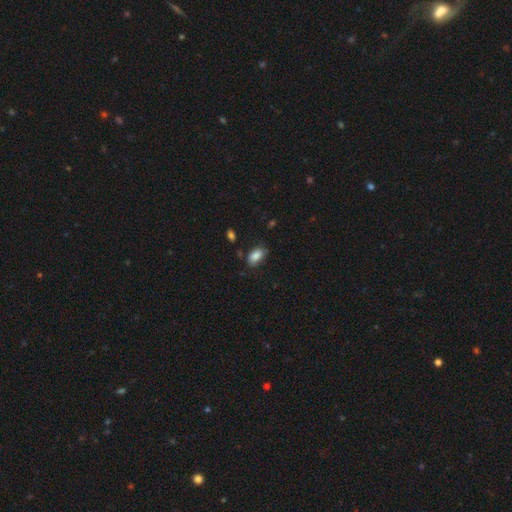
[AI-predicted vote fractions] smooth 85%, star or artifact 8%, featured or disk 7%. Down the decision tree: how rounded — in between (91%); merging — none (74%).